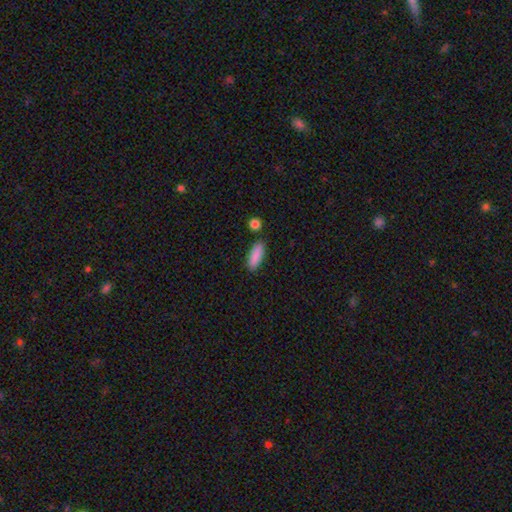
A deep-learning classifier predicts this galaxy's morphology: smooth-or-featured: smooth: 89% | star or artifact: 6% | featured or disk: 5%
  how-rounded: in between: 63% | cigar-shaped: 35% | round: 2%
  merging: none: 84% | minor disturbance: 10% | merger: 4% | major disturbance: 2%